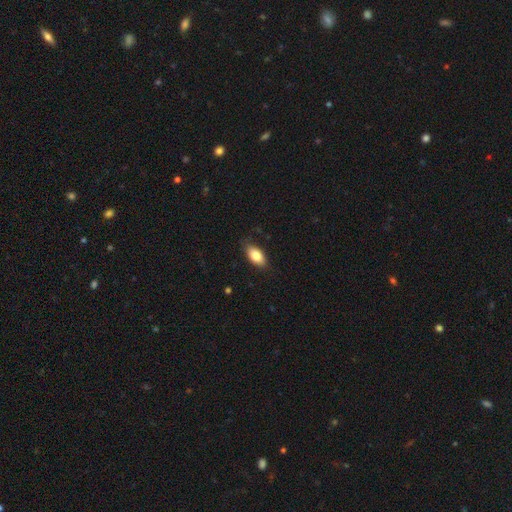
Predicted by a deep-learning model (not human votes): The model was most divided on "merging": none: 82%, minor disturbance: 14%, major disturbance: 3%, merger: 1%. More confident: how rounded — in between (91%); smooth or featured — smooth (82%).